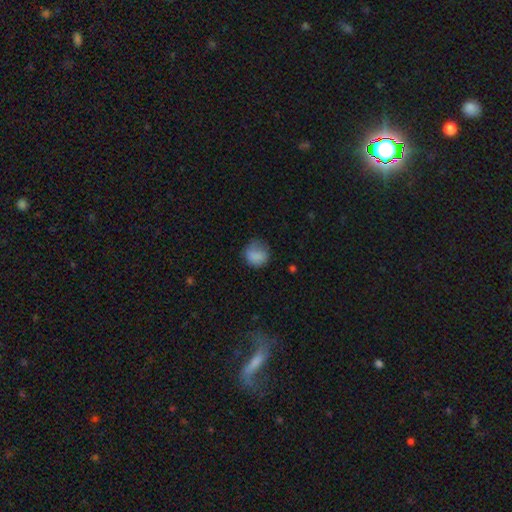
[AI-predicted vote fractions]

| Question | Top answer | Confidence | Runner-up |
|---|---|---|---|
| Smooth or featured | smooth | 83% | star or artifact (9%) |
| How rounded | round | 78% | in between (21%) |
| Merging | none | 58% | minor disturbance (28%) |